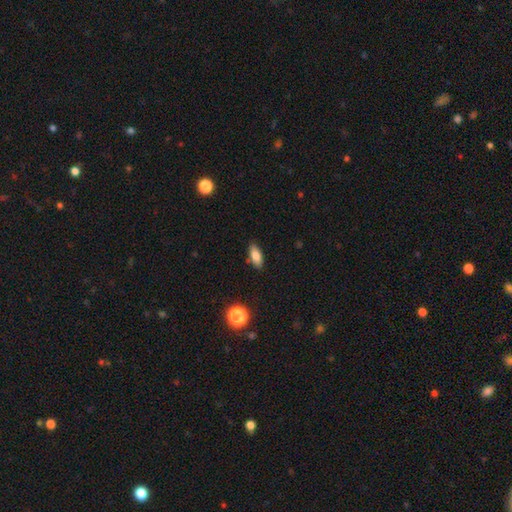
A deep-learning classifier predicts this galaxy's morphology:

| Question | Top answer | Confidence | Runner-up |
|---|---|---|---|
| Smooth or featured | smooth | 82% | featured or disk (10%) |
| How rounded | in between | 79% | cigar-shaped (17%) |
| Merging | none | 84% | minor disturbance (12%) |